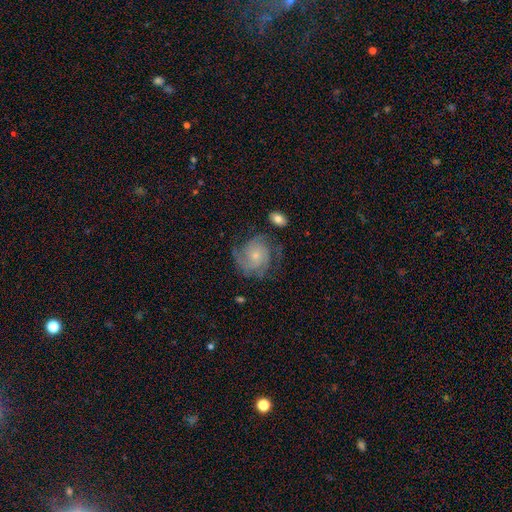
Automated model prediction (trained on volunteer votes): Q: Smooth or featured?
A: featured or disk (76%); runner-up: smooth (17%)
Q: Edge-on disk?
A: no (98%); runner-up: yes (2%)
Q: Bar?
A: no (79%); runner-up: weak (18%)
Q: Spiral arms?
A: yes (92%); runner-up: no (8%)
Q: Spiral winding?
A: tight (45%); runner-up: medium (38%)
Q: Spiral arm count?
A: 2 (32%); runner-up: can't tell (25%)
Q: Bulge size?
A: small (73%); runner-up: moderate (21%)
Q: Merging?
A: none (61%); runner-up: minor disturbance (22%)